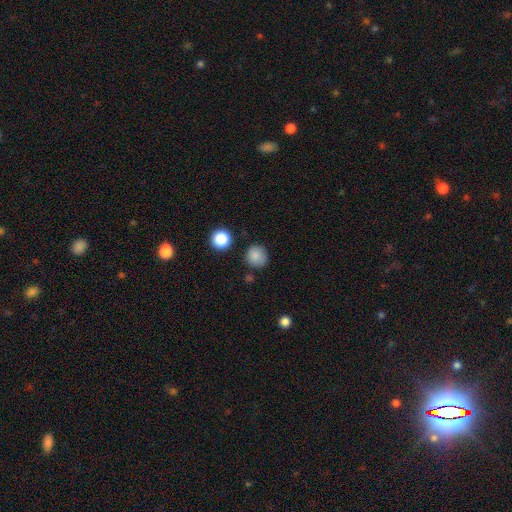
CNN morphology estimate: Smooth or featured? smooth (85%)
How rounded? round (90%)
Merging? none (83%)